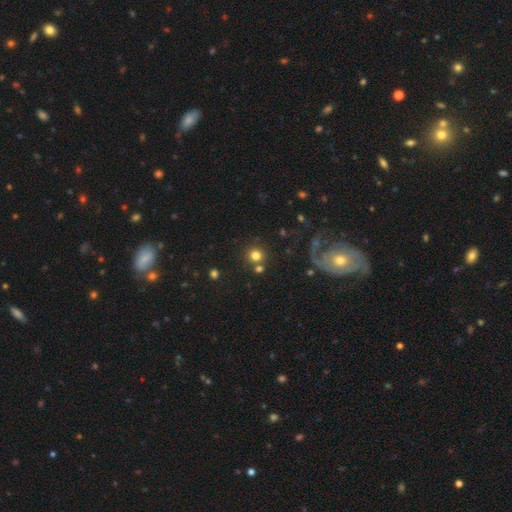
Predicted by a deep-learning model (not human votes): smooth_or_featured: smooth (p=0.78) [alt: star or artifact p=0.13]
how_rounded: round (p=0.92) [alt: in between p=0.07]
merging: none (p=0.76) [alt: merger p=0.12]